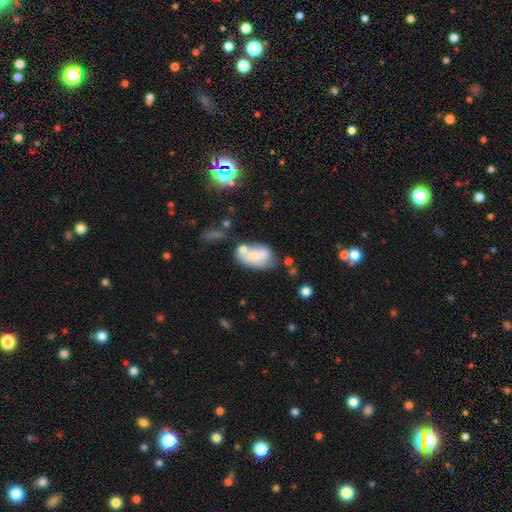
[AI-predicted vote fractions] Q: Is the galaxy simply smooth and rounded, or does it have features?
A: smooth — 59%.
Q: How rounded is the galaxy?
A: in between — 89%.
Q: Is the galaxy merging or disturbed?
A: none — 33%.